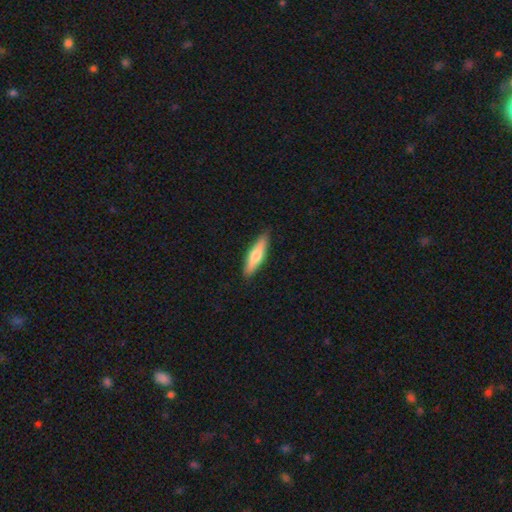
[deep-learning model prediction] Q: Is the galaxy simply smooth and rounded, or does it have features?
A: smooth — 57%.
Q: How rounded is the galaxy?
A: cigar-shaped — 74%.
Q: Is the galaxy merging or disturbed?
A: none — 89%.